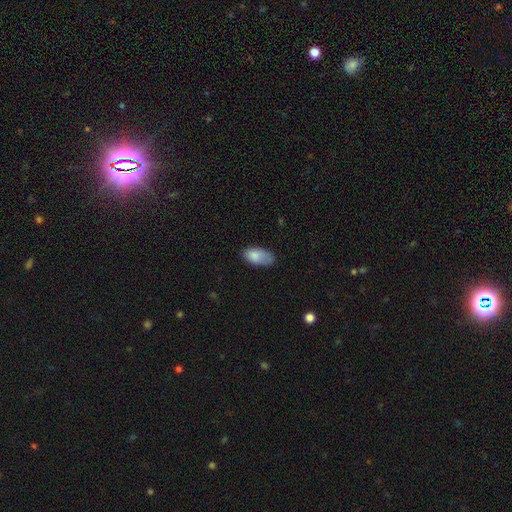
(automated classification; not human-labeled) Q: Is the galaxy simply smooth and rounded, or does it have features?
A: smooth — 84%.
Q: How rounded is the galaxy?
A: in between — 93%.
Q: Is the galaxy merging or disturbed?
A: none — 57%.